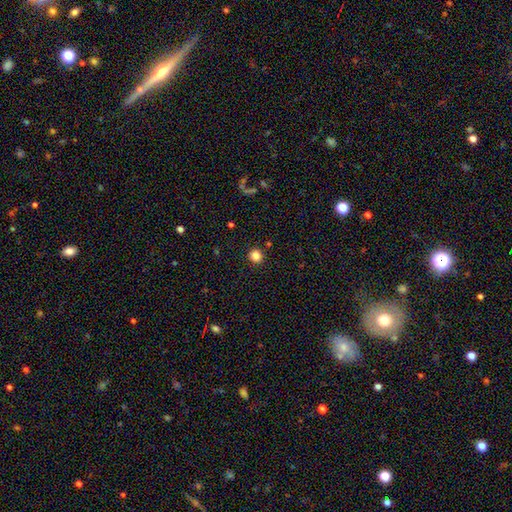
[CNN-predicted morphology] smooth_or_featured: smooth (p=0.84) [alt: star or artifact p=0.12]
how_rounded: round (p=0.91) [alt: in between p=0.08]
merging: none (p=0.91) [alt: minor disturbance p=0.05]